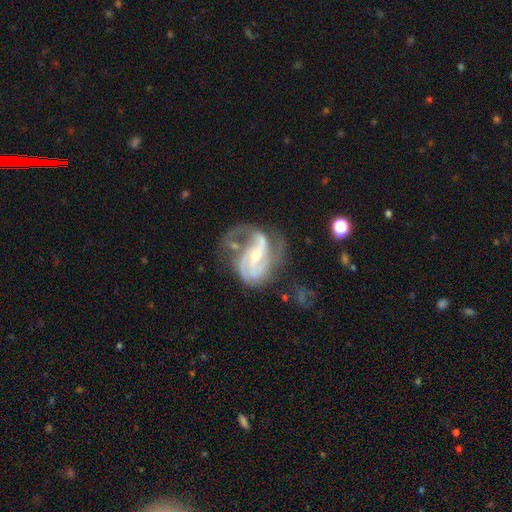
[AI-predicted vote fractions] Overall: featured or disk (90%). Edge-on disk: no (98%). Bar: weak (41%; strong 32%). Spiral arms: yes (96%). Spiral arm count: 2 (52%; 3 24%). Spiral winding: medium (51%; tight 26%). Bulge size: small (61%; moderate 35%). Merging: none (39%; major disturbance 32%).